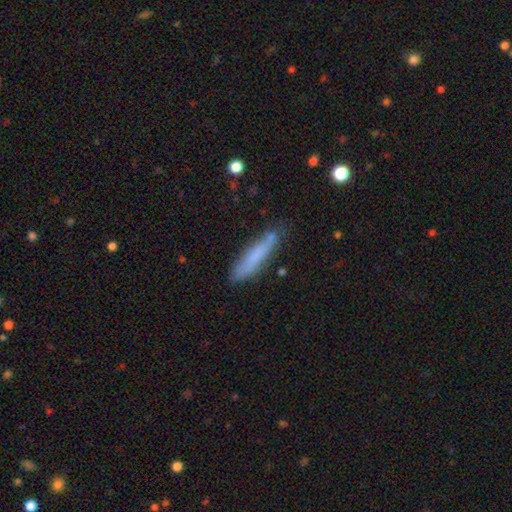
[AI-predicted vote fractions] This appears to be a smooth galaxy with no disk features (72%) that is cigar-shaped (87%). Merging: none (78%).